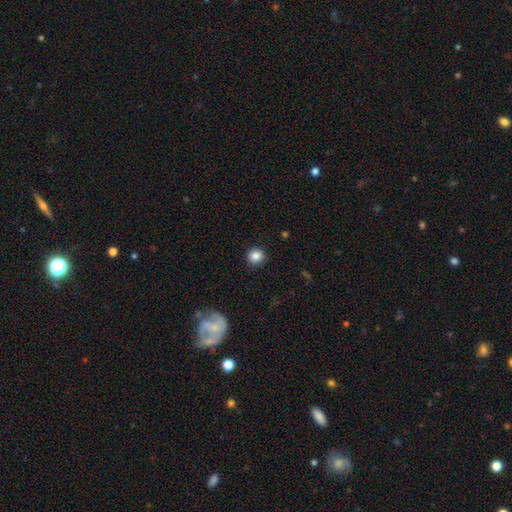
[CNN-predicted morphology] This is clearly a smooth galaxy (85%). How rounded: clearly round (91%). Merging: clearly none (91%).